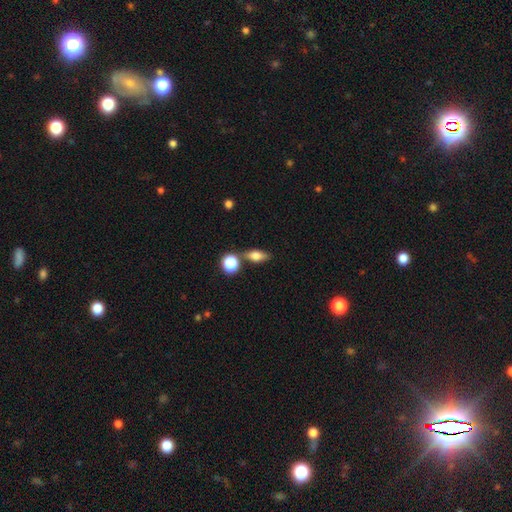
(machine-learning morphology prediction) smooth_or_featured: smooth (p=0.70) [alt: featured or disk p=0.20]
how_rounded: in between (p=0.71) [alt: round p=0.15]
merging: none (p=0.71) [alt: merger p=0.14]